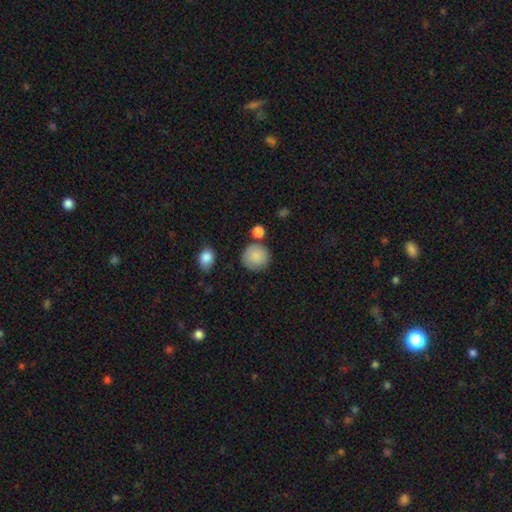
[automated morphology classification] smooth_or_featured: smooth (p=0.86) [alt: star or artifact p=0.07]
how_rounded: round (p=0.91) [alt: in between p=0.08]
merging: none (p=0.75) [alt: minor disturbance p=0.14]